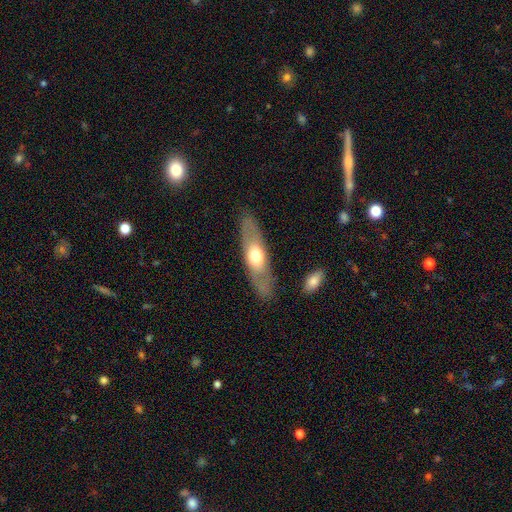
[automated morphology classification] A featured or disk galaxy (49%).

Vote fractions:
- Smooth or featured? featured or disk: 49% / smooth: 45% / star or artifact: 5%
- Merging? none: 84% / minor disturbance: 10% / major disturbance: 4% / merger: 2%